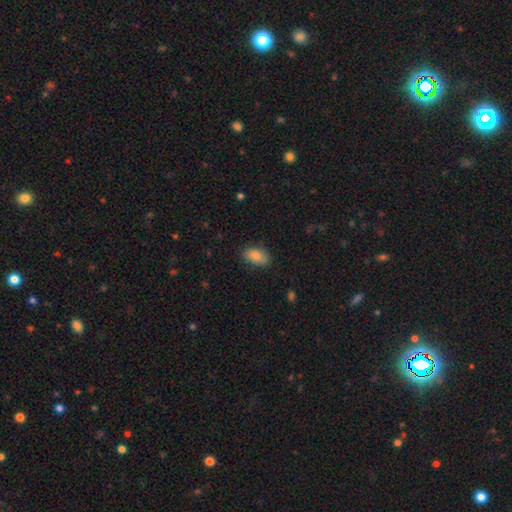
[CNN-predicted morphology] smooth_or_featured: smooth (p=0.81) [alt: featured or disk p=0.11]
how_rounded: in between (p=0.91) [alt: round p=0.07]
merging: none (p=0.80) [alt: minor disturbance p=0.16]